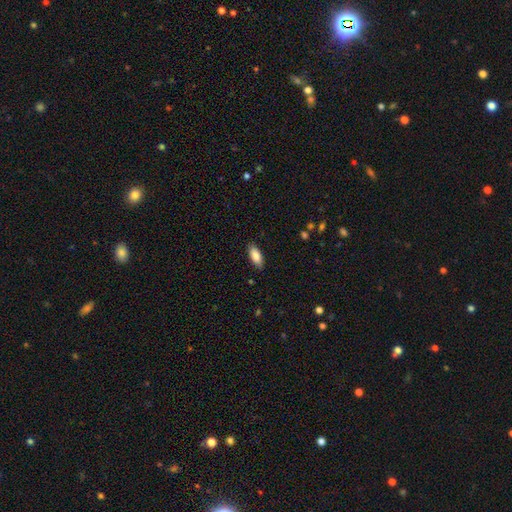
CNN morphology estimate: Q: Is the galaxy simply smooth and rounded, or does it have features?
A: smooth — 87%.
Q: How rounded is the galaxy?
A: in between — 83%.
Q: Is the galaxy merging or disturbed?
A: none — 88%.